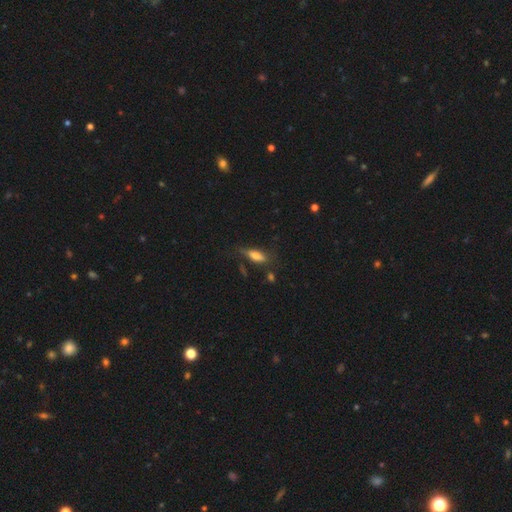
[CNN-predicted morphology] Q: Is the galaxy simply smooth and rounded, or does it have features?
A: smooth — 71%.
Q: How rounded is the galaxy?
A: in between — 59%.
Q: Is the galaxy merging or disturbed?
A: none — 60%.